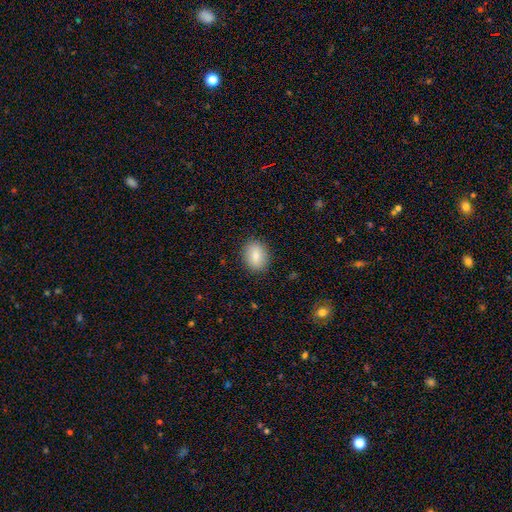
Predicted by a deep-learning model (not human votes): Smooth or featured: smooth — 86% (star or artifact — 7%)
How rounded: in between — 67% (round — 31%)
Merging: none — 88% (minor disturbance — 8%)